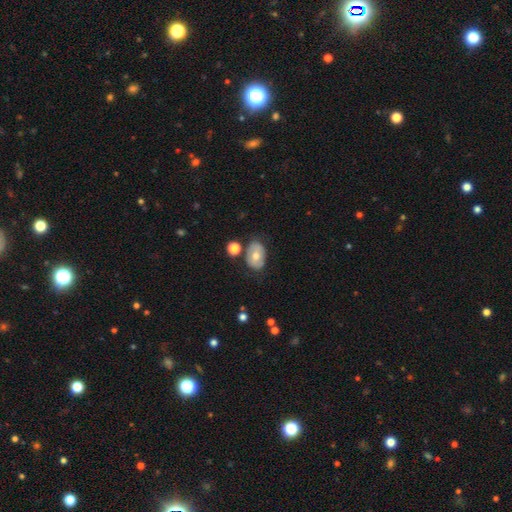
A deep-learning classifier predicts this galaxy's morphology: Smooth or featured? Predicted: smooth (p=0.57). How rounded? Predicted: in between (p=0.79). Merging? Predicted: none (p=0.70).